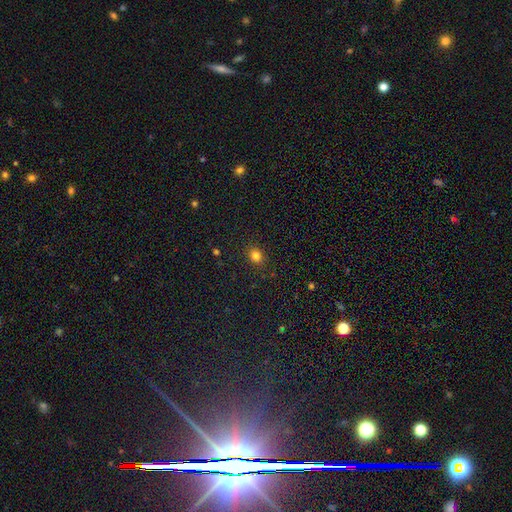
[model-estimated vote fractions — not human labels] This appears to be a smooth galaxy with no disk features (81%) that is round (64%). Merging: none (89%).